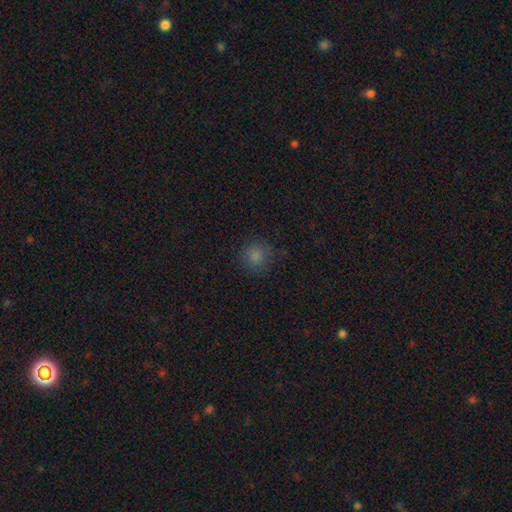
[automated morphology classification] This appears to be a smooth galaxy with no disk features (82%) that is round (91%). Merging: none (83%).